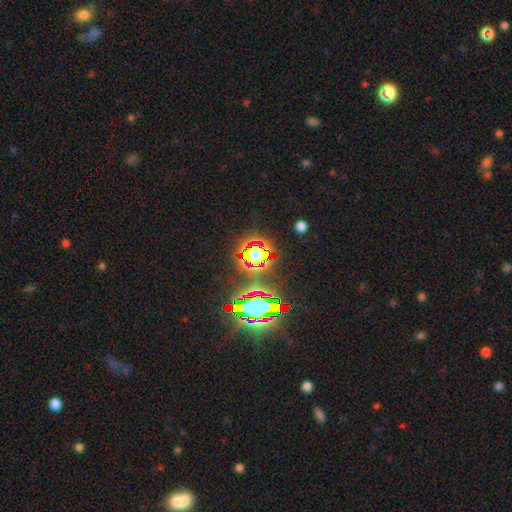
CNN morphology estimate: Smooth or featured: star or artifact — 63% (smooth — 22%)